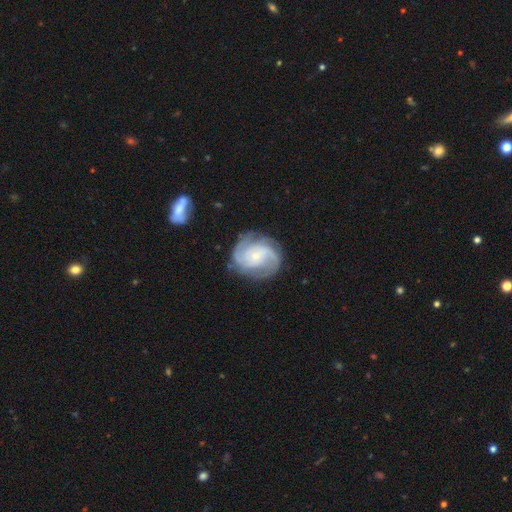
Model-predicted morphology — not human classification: Smooth or featured? Predicted: featured or disk (p=0.87). Edge-on disk? Predicted: no (p=0.98). Bar? Predicted: no (p=0.64). Spiral arms? Predicted: yes (p=0.97). Spiral winding? Predicted: tight (p=0.47). Spiral arm count? Predicted: 2 (p=0.50). Bulge size? Predicted: small (p=0.76). Merging? Predicted: none (p=0.76).